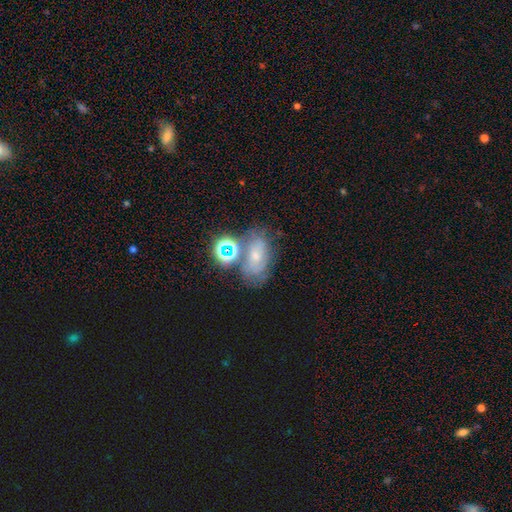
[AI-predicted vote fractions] This is marginally a featured or disk galaxy (41%). Merging: possibly none (50%).